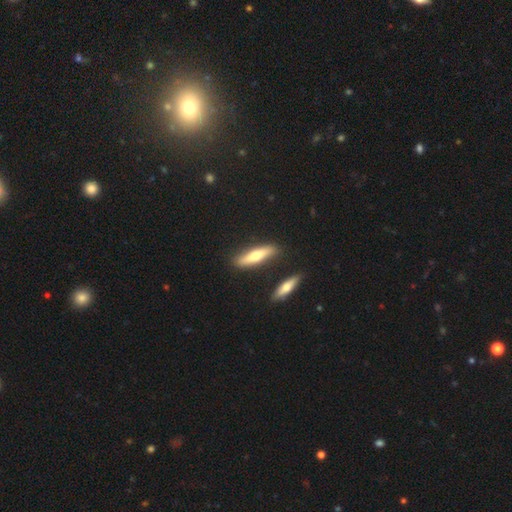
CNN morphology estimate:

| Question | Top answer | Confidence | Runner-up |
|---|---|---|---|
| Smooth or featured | smooth | 57% | featured or disk (38%) |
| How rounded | cigar-shaped | 75% | in between (24%) |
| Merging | none | 81% | minor disturbance (10%) |